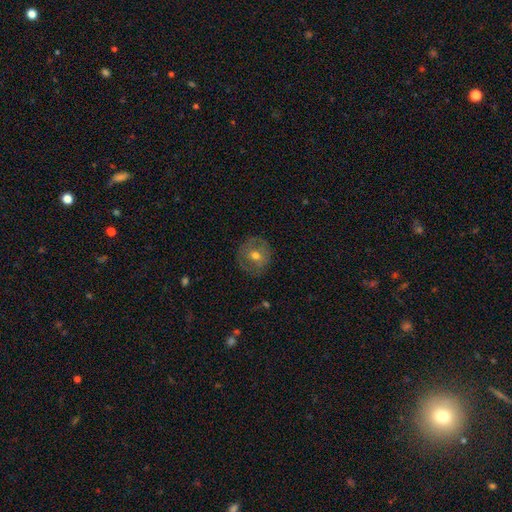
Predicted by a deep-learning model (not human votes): Smooth or featured? smooth (47%)
Merging? none (80%)